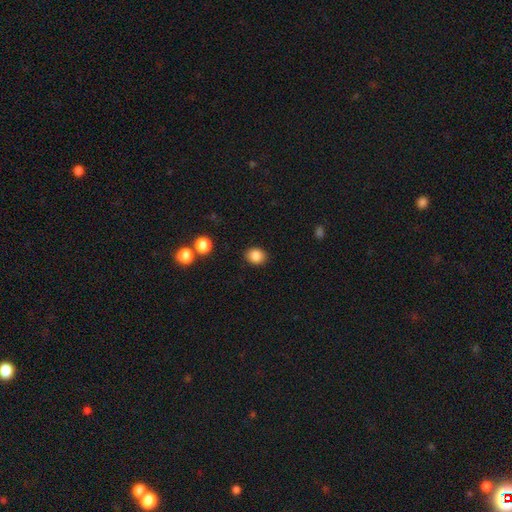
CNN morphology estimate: This appears to be a smooth galaxy with no disk features (85%) that is round (60%). Merging: none (88%).